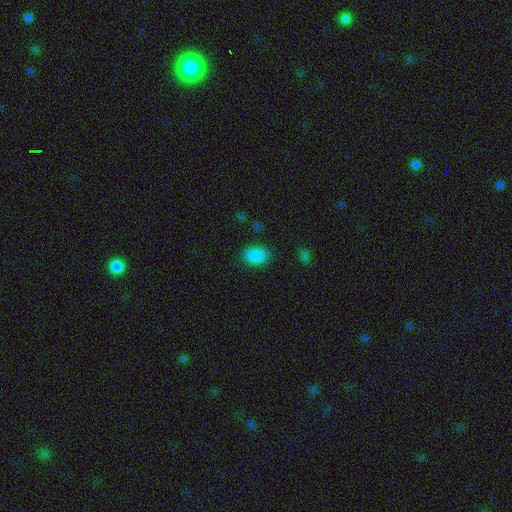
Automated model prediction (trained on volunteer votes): smooth 87%, star or artifact 10%, featured or disk 3%. Down the decision tree: how rounded — in between (78%); merging — none (85%).